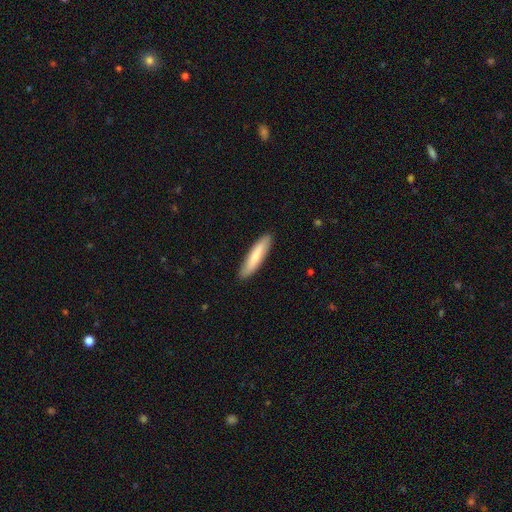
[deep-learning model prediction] A smooth galaxy with no disk features (76%) that is cigar-shaped (83%). Merging: none (89%).